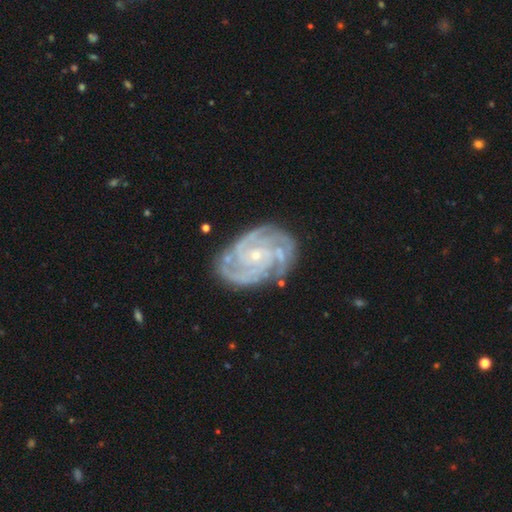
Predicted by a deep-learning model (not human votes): smooth_or_featured: featured or disk (p=0.91) [alt: star or artifact p=0.05]
disk_edge_on: no (p=0.97) [alt: yes p=0.03]
bar: no (p=0.69) [alt: weak p=0.23]
has_spiral_arms: yes (p=0.98) [alt: no p=0.02]
spiral_winding: tight (p=0.71) [alt: medium p=0.26]
spiral_arm_count: 3 (p=0.32) [alt: 4 p=0.28]
bulge_size: small (p=0.80) [alt: moderate p=0.17]
merging: none (p=0.77) [alt: minor disturbance p=0.17]